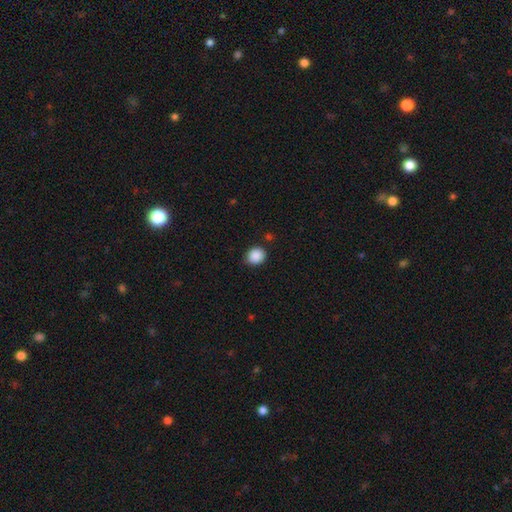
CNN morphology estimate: Smooth or featured? smooth (89%)
How rounded? round (74%)
Merging? none (84%)